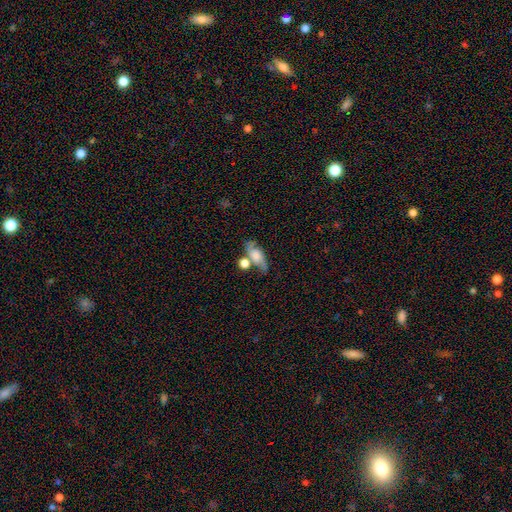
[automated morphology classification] Smooth or featured? smooth (48%)
Merging? none (45%)